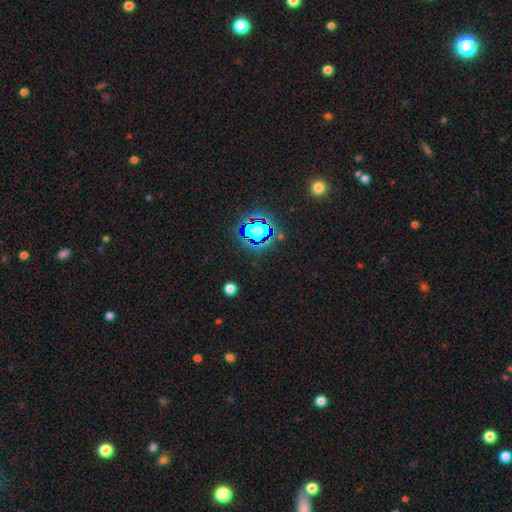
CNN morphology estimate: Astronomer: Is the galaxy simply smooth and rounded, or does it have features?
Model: star or artifact — 78%.